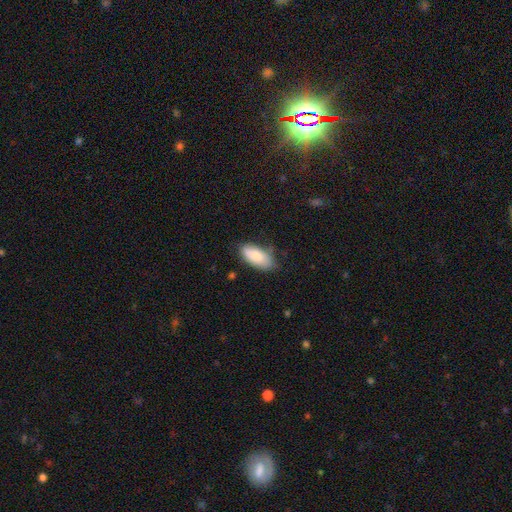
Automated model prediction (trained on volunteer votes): Q: Smooth or featured?
A: smooth (84%); runner-up: featured or disk (10%)
Q: How rounded?
A: in between (90%); runner-up: cigar-shaped (8%)
Q: Merging?
A: none (69%); runner-up: minor disturbance (25%)